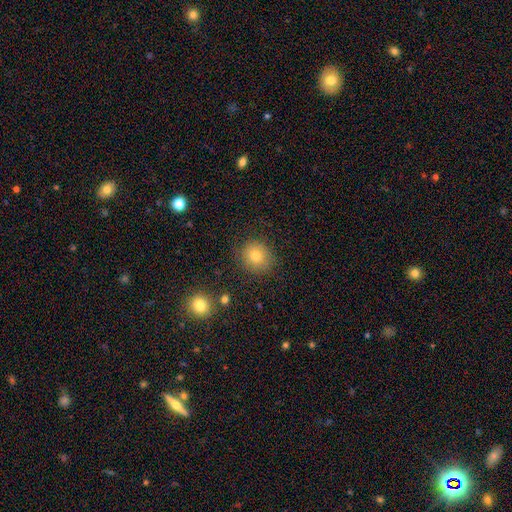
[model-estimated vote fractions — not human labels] This is likely a smooth galaxy (78%). How rounded: clearly round (84%). Merging: clearly none (86%).